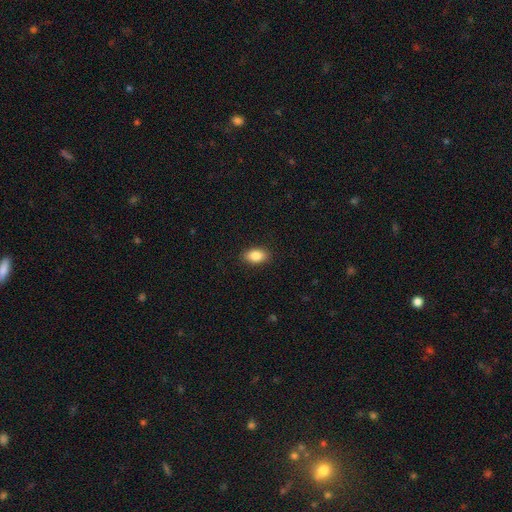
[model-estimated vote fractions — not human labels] Smooth or featured? smooth (86%)
How rounded? in between (90%)
Merging? none (89%)